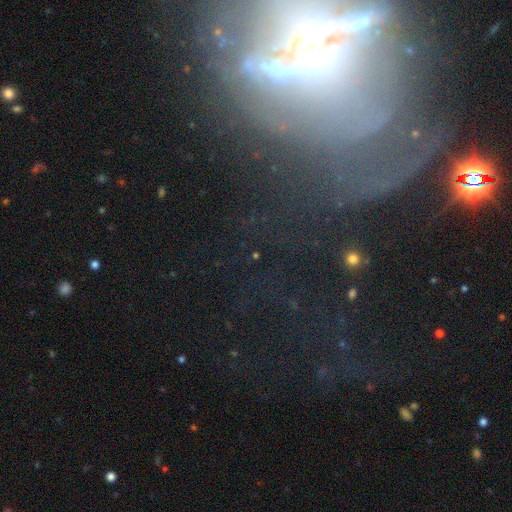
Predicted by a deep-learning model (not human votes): This appears to be a star or artifact, not a galaxy (72%).